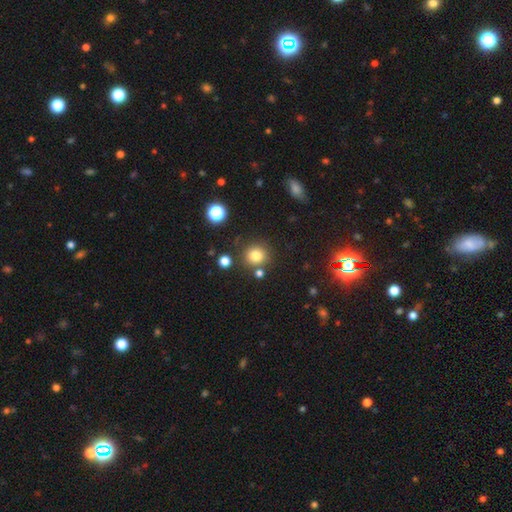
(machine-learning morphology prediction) smooth 79%, star or artifact 14%, featured or disk 7%. Down the decision tree: how rounded — round (91%); merging — none (80%).